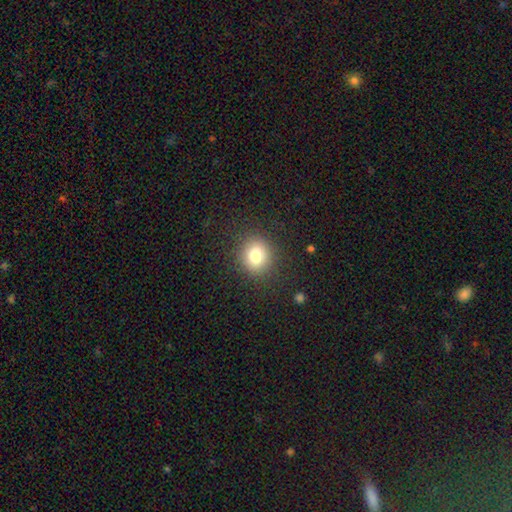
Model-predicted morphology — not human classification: Smooth or featured?
  - smooth: 80% *
  - star or artifact: 12%
  - featured or disk: 8%
How rounded?
  - round: 84% *
  - in between: 15%
  - cigar-shaped: 1%
Merging?
  - none: 88% *
  - minor disturbance: 7%
  - major disturbance: 3%
  - merger: 1%